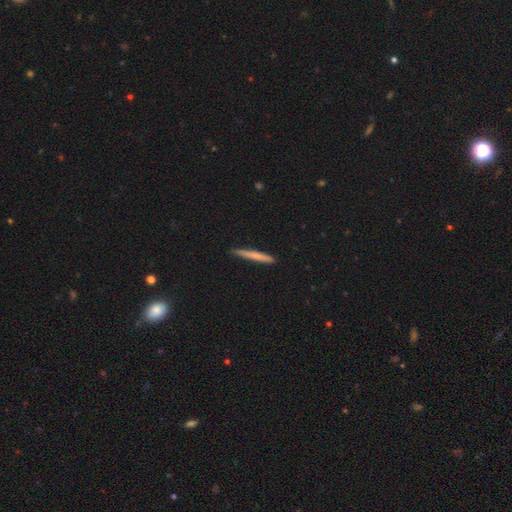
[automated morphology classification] A smooth galaxy with no disk features (65%) that is cigar-shaped (97%). Merging: none (88%).